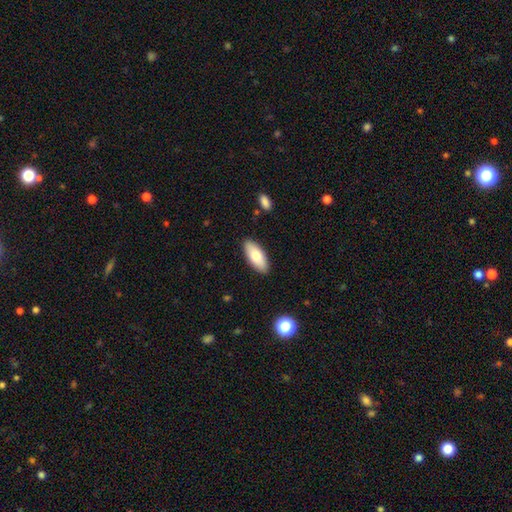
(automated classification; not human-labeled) Smooth or featured? Predicted: smooth (p=0.76). How rounded? Predicted: in between (p=0.84). Merging? Predicted: none (p=0.89).